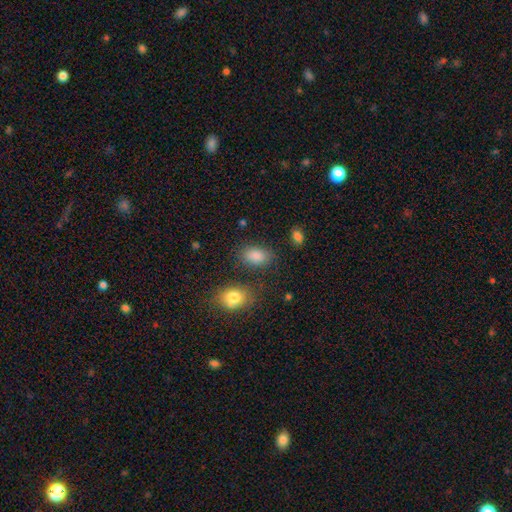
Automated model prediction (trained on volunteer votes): This appears to be a smooth galaxy with no disk features (85%) that is in between round and cigar-shaped (87%). Merging: none (79%).